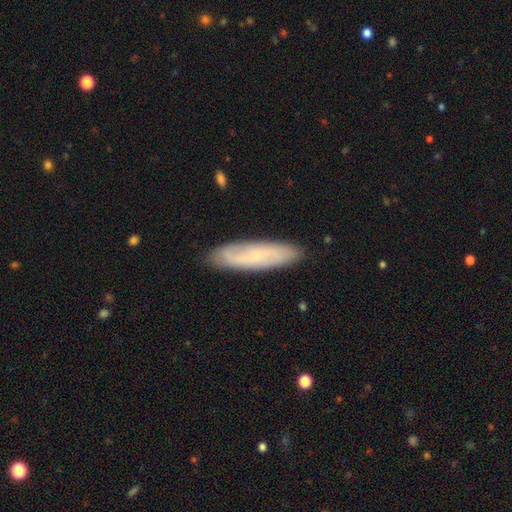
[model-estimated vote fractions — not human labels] smooth-or-featured: featured or disk: 47% | smooth: 46% | star or artifact: 7%
  merging: none: 86% | minor disturbance: 11% | major disturbance: 2% | merger: 1%